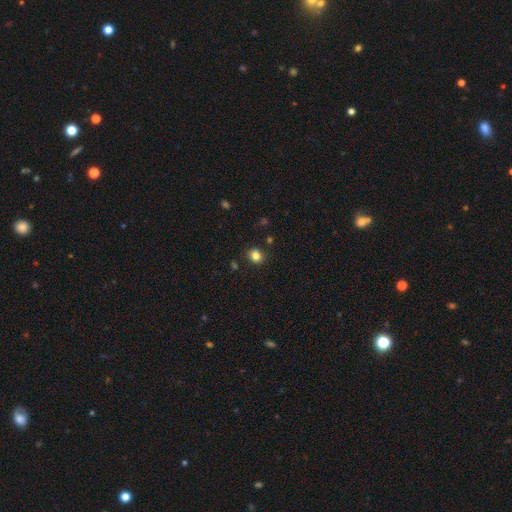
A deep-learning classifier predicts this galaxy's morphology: smooth 83%, star or artifact 12%, featured or disk 5%. Down the decision tree: how rounded — round (85%); merging — none (89%).